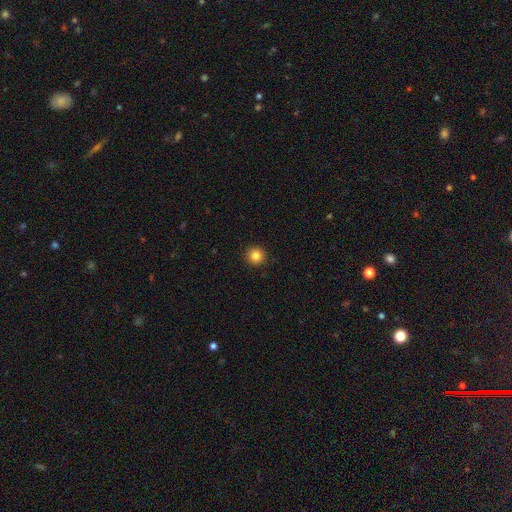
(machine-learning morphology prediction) Overall: smooth (85%). How rounded: round (95%). Merging: none (93%).